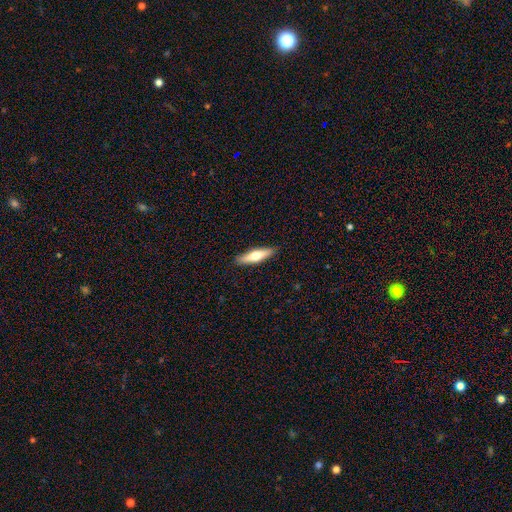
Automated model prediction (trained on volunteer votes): Overall: smooth (54%; featured or disk 40%). How rounded: cigar-shaped (69%; in between 29%). Merging: none (90%).